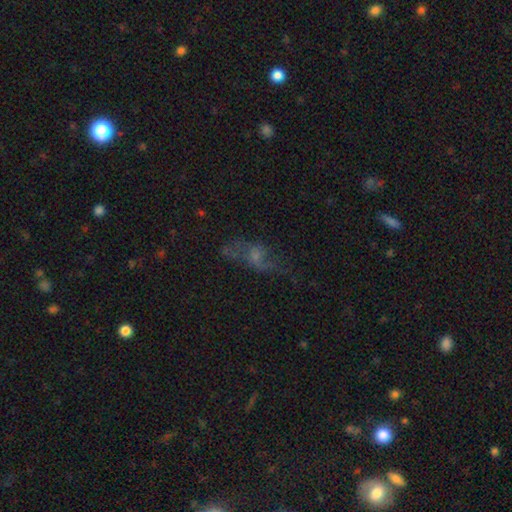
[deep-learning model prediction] Smooth or featured?
  - featured or disk: 47% *
  - smooth: 33%
  - star or artifact: 20%
Merging?
  - none: 47% *
  - major disturbance: 27%
  - minor disturbance: 21%
  - merger: 5%